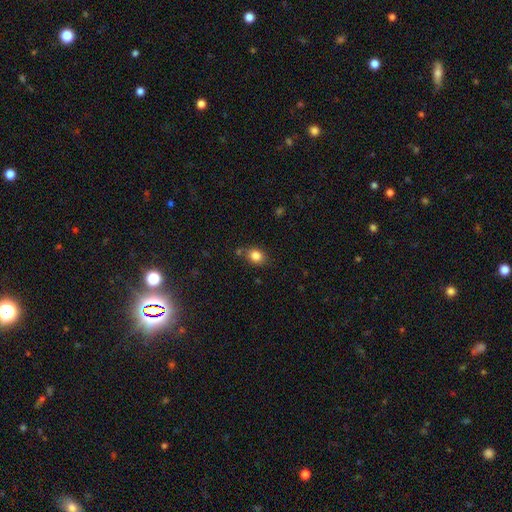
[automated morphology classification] The model was most divided on "how rounded": round: 51%, in between: 48%, cigar-shaped: 1%. More confident: smooth or featured — smooth (84%); merging — none (73%).